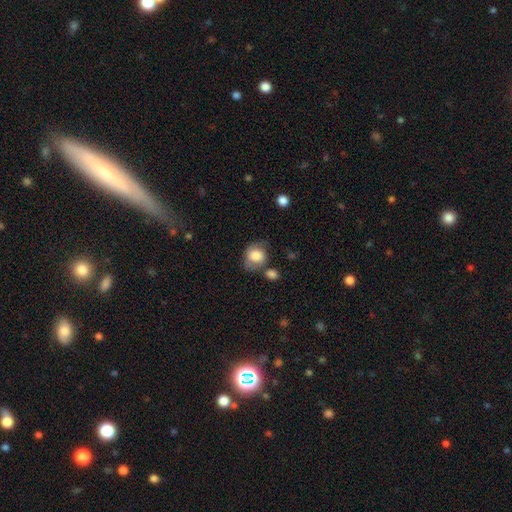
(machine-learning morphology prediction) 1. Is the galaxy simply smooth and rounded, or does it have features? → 76% smooth, 16% featured or disk, 7% star or artifact.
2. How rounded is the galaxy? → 55% round, 44% in between, 1% cigar-shaped.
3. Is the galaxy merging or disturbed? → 52% none, 26% minor disturbance, 12% merger, 10% major disturbance.